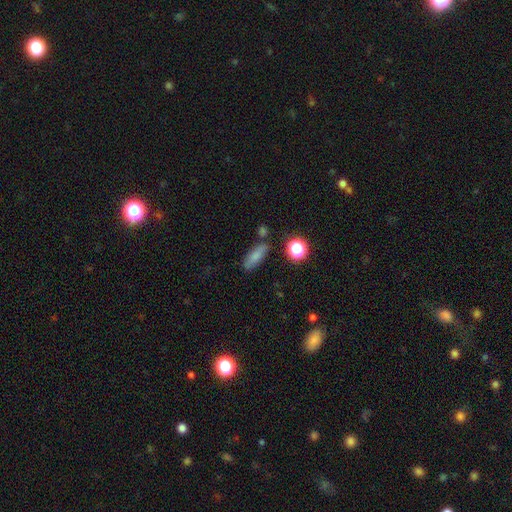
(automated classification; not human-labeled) Smooth or featured: smooth — 77% (star or artifact — 12%)
How rounded: in between — 58% (cigar-shaped — 35%)
Merging: none — 76% (minor disturbance — 14%)